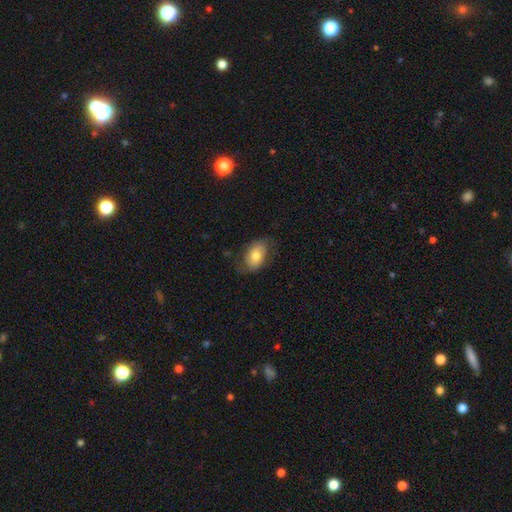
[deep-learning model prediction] smooth-or-featured: smooth: 64% | featured or disk: 29% | star or artifact: 7%
  how-rounded: in between: 87% | round: 11% | cigar-shaped: 2%
  merging: none: 66% | minor disturbance: 23% | major disturbance: 10% | merger: 1%